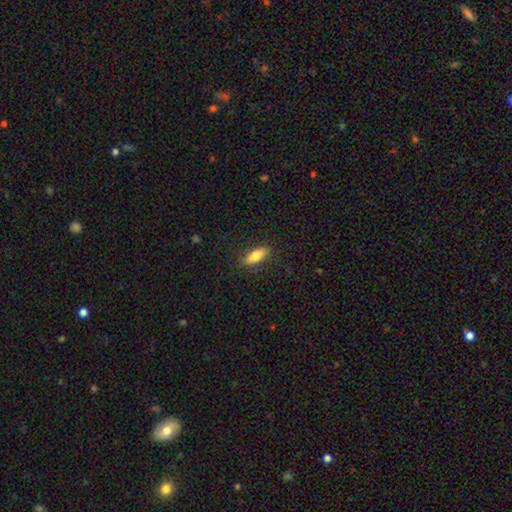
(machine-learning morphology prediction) A smooth galaxy with no disk features (77%) that is in between round and cigar-shaped (67%). Merging: none (86%).